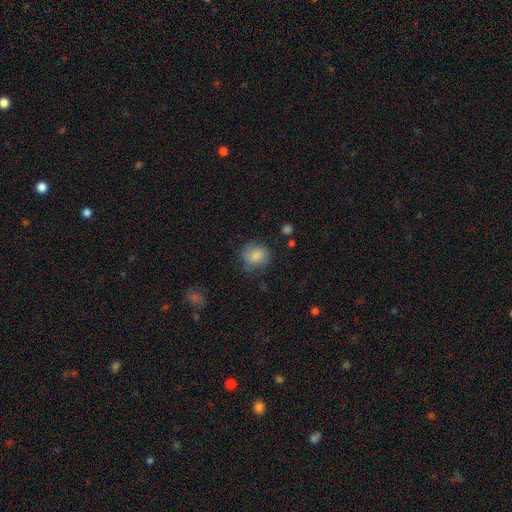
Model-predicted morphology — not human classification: Overall: smooth (81%). How rounded: round (68%; in between 31%). Merging: none (68%).